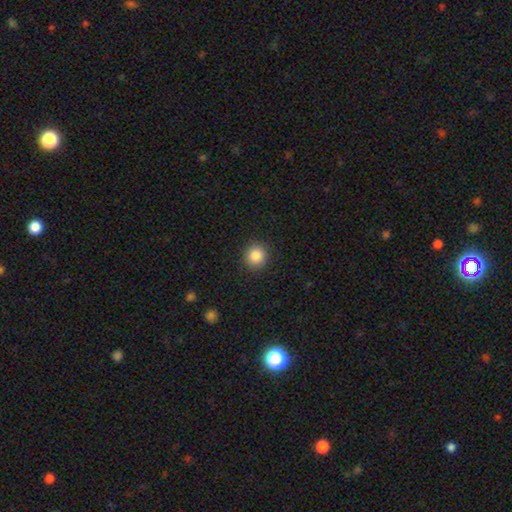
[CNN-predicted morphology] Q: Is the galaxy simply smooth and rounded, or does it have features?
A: smooth — 85%.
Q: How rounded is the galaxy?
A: round — 91%.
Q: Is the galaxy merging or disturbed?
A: none — 91%.